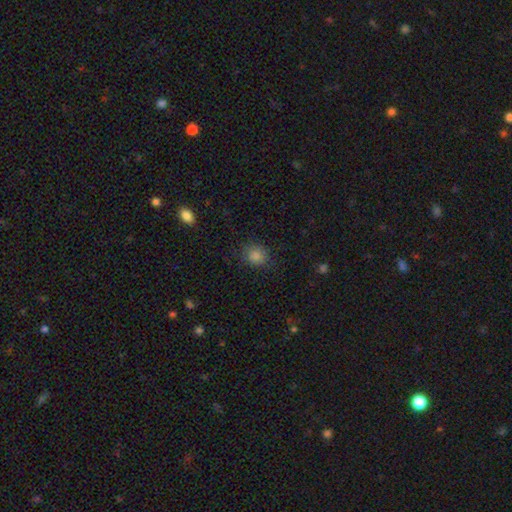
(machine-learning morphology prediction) Smooth or featured? Predicted: smooth (p=0.83). How rounded? Predicted: round (p=0.78). Merging? Predicted: none (p=0.84).